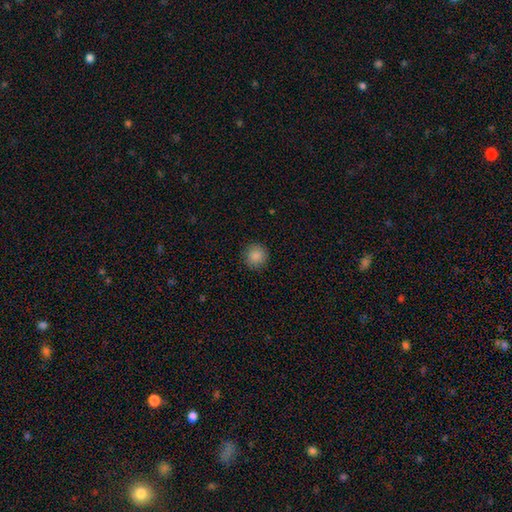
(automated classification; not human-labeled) Q: Smooth or featured?
A: smooth (87%); runner-up: star or artifact (9%)
Q: How rounded?
A: round (93%); runner-up: in between (6%)
Q: Merging?
A: none (90%); runner-up: minor disturbance (7%)